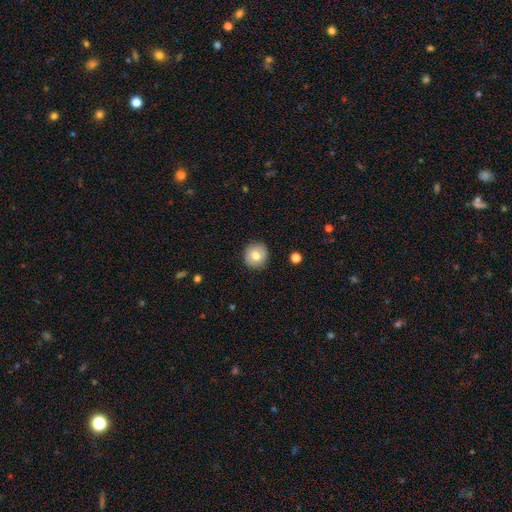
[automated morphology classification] This appears to be a smooth galaxy with no disk features (74%) that is round (92%). Merging: none (89%).